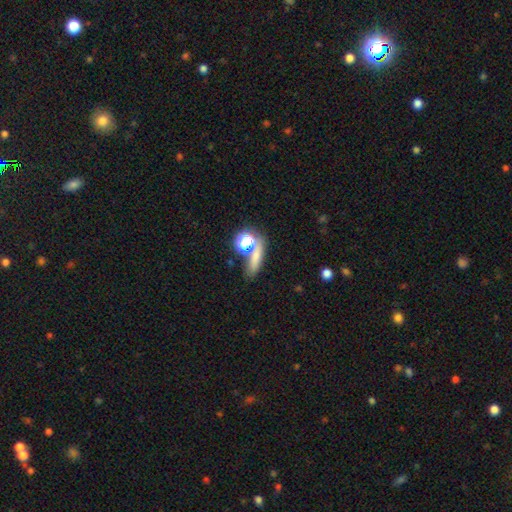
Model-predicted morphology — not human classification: smooth-or-featured: smooth: 65% | star or artifact: 21% | featured or disk: 15%
  how-rounded: cigar-shaped: 36% | round: 35% | in between: 29%
  merging: none: 58% | merger: 24% | minor disturbance: 11% | major disturbance: 6%